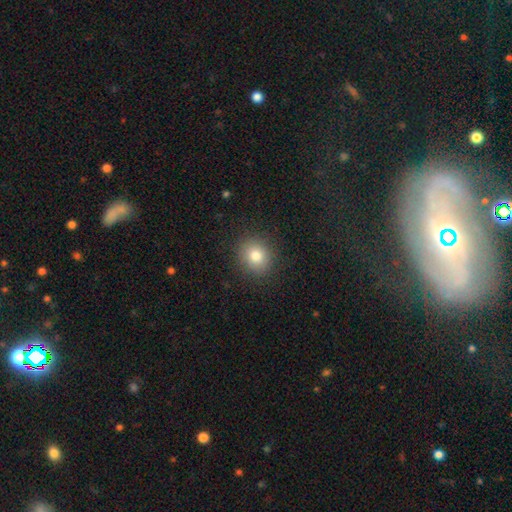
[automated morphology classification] smooth-or-featured: smooth: 81% | star or artifact: 11% | featured or disk: 8%
  how-rounded: round: 81% | in between: 18% | cigar-shaped: 1%
  merging: none: 89% | minor disturbance: 8% | major disturbance: 3% | merger: 1%